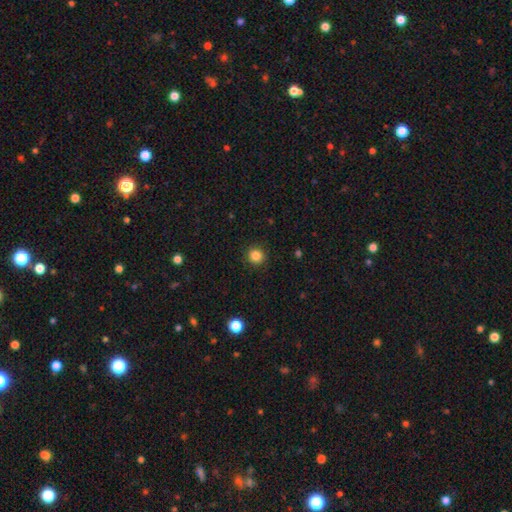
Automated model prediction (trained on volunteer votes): Q: Smooth or featured?
A: smooth (85%); runner-up: star or artifact (11%)
Q: How rounded?
A: round (94%); runner-up: in between (5%)
Q: Merging?
A: none (92%); runner-up: minor disturbance (5%)